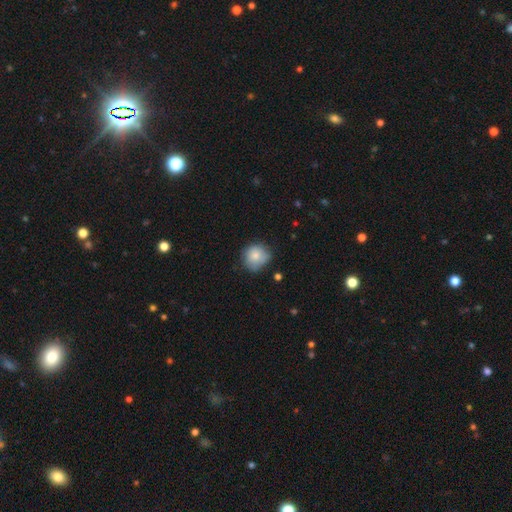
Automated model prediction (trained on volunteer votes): The model was most divided on "merging": none: 68%, minor disturbance: 25%, major disturbance: 5%, merger: 2%. More confident: how rounded — round (86%); smooth or featured — smooth (81%).